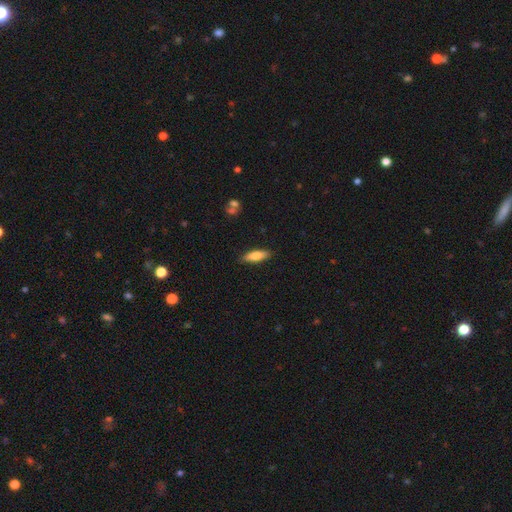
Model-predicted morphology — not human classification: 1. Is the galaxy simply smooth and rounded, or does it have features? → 77% smooth, 17% featured or disk, 6% star or artifact.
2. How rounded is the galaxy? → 50% in between, 48% cigar-shaped, 2% round.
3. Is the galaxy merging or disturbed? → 87% none, 10% minor disturbance, 2% major disturbance, 1% merger.